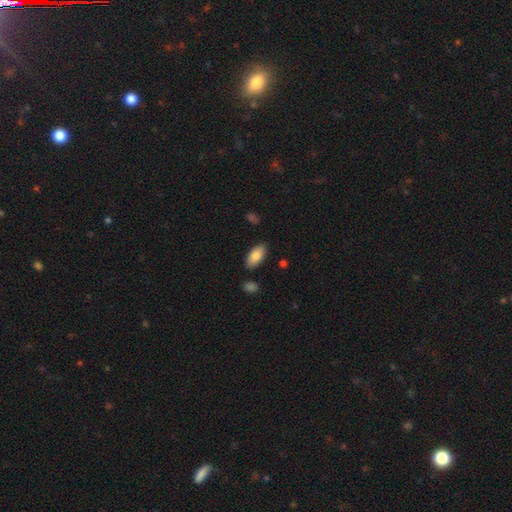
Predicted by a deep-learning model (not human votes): Morphology: type=smooth (86%); roundness=in between (92%); merging=none (85%).